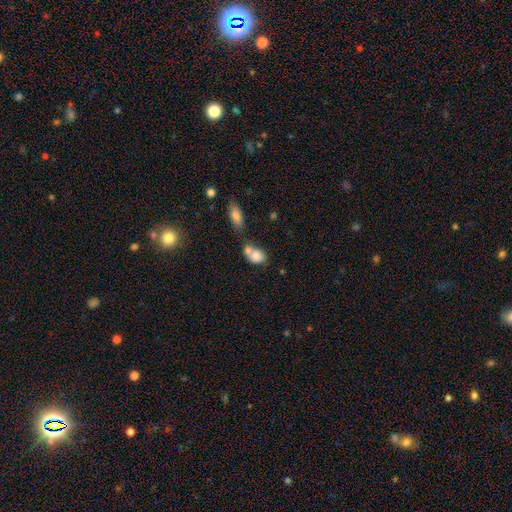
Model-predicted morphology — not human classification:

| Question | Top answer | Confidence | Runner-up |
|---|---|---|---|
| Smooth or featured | smooth | 77% | featured or disk (14%) |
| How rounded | in between | 65% | round (33%) |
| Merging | merger | 58% | none (26%) |